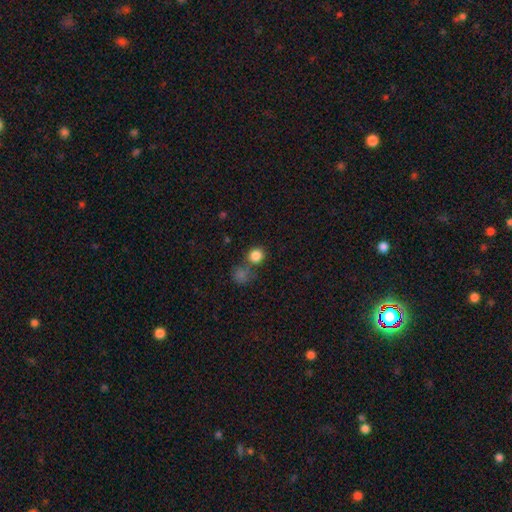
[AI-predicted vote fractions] Smooth or featured? Predicted: smooth (p=0.84). How rounded? Predicted: round (p=0.88). Merging? Predicted: none (p=0.63).